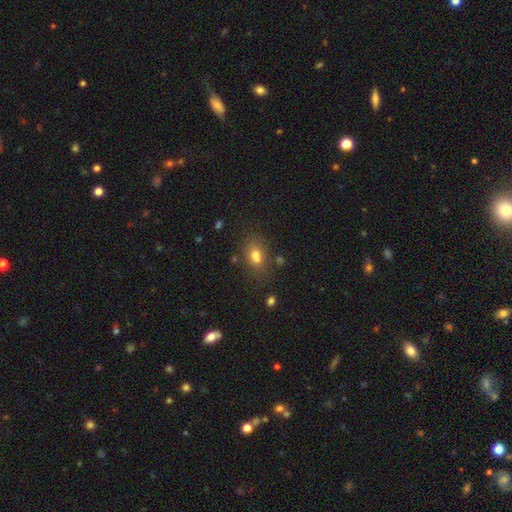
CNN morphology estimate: Smooth or featured? smooth (72%)
How rounded? in between (70%)
Merging? none (62%)